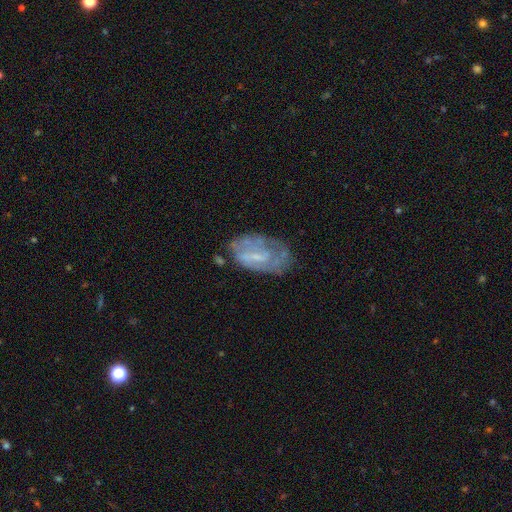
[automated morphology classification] Smooth or featured? featured or disk (63%)
Edge-on disk? no (95%)
Bar? weak (47%)
Spiral arms? yes (54%)
Bulge size? small (49%)
Merging? none (50%)